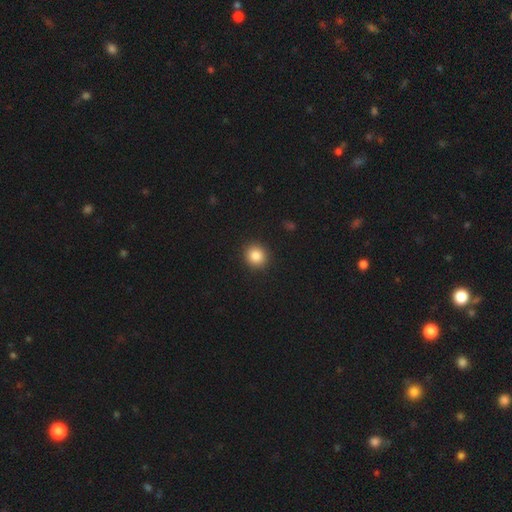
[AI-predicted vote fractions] Smooth or featured?
  - smooth: 85% *
  - star or artifact: 10%
  - featured or disk: 5%
How rounded?
  - round: 88% *
  - in between: 11%
  - cigar-shaped: 1%
Merging?
  - none: 91% *
  - minor disturbance: 6%
  - major disturbance: 2%
  - merger: 1%